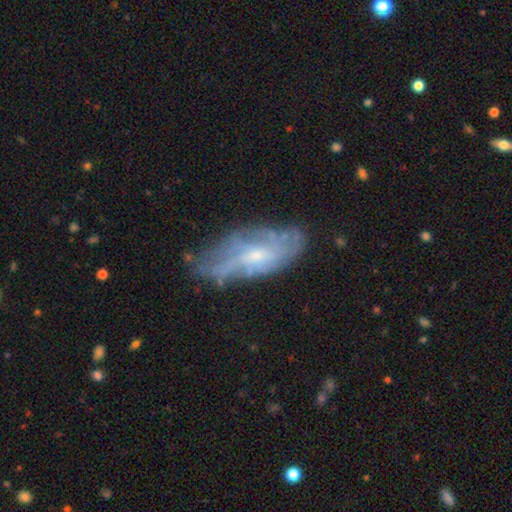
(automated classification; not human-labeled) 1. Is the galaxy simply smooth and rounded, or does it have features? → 63% featured or disk, 28% smooth, 8% star or artifact.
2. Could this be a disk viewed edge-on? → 85% no, 15% yes.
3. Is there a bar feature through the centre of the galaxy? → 65% no, 30% weak, 5% strong.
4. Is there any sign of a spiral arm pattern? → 66% yes, 34% no.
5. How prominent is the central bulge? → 61% small, 29% moderate, 7% none, 2% large, 1% dominant.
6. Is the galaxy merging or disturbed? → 56% none, 28% minor disturbance, 13% major disturbance, 3% merger.